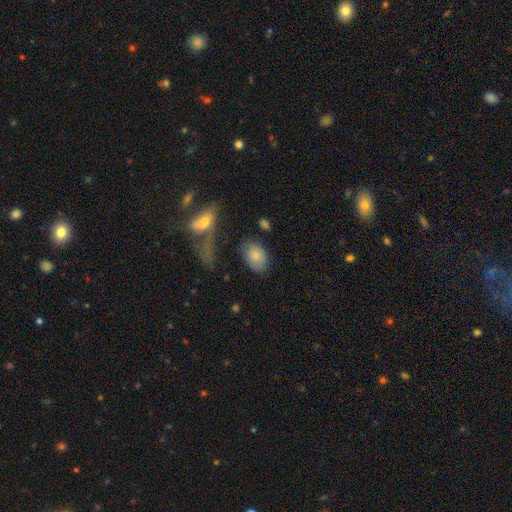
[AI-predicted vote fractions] Morphology: type=smooth (79%); roundness=in between (84%); merging=none (72%).